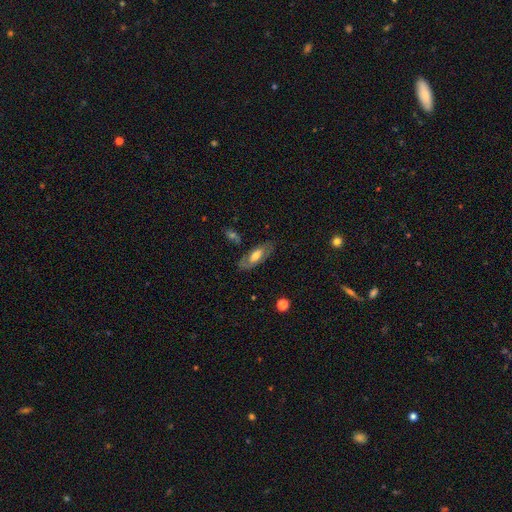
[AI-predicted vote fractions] Q: Smooth or featured?
A: featured or disk (49%); runner-up: smooth (44%)
Q: Merging?
A: none (75%); runner-up: minor disturbance (16%)